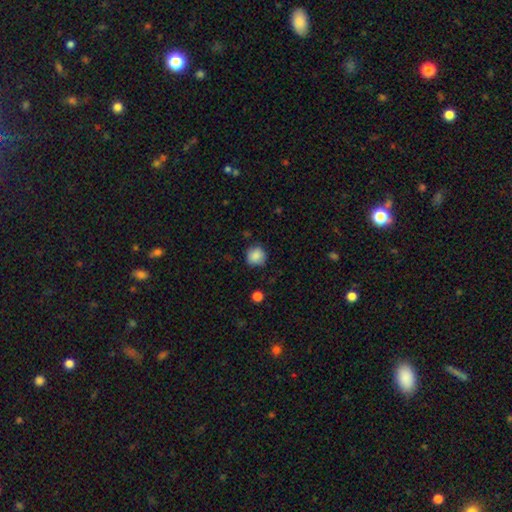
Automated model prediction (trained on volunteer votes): Overall: smooth (86%). How rounded: round (88%). Merging: none (80%).